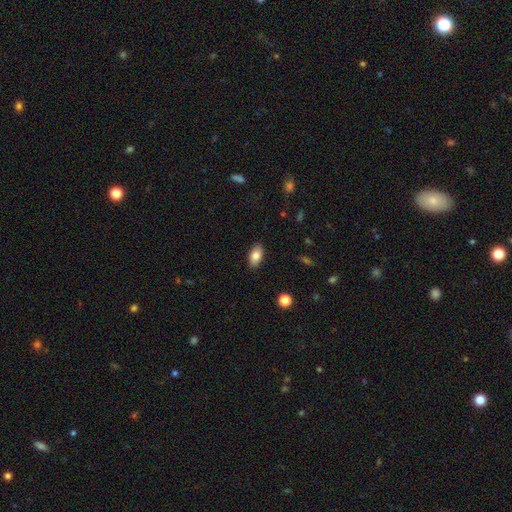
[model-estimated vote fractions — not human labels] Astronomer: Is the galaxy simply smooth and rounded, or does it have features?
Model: smooth — 84%.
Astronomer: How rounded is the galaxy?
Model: in between — 92%.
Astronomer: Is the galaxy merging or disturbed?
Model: none — 88%.